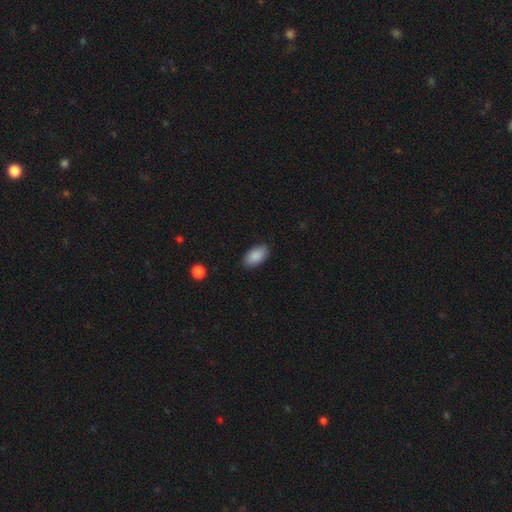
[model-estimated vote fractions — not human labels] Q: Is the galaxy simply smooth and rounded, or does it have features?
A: smooth — 89%.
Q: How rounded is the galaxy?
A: in between — 94%.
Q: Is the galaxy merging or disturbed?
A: none — 85%.